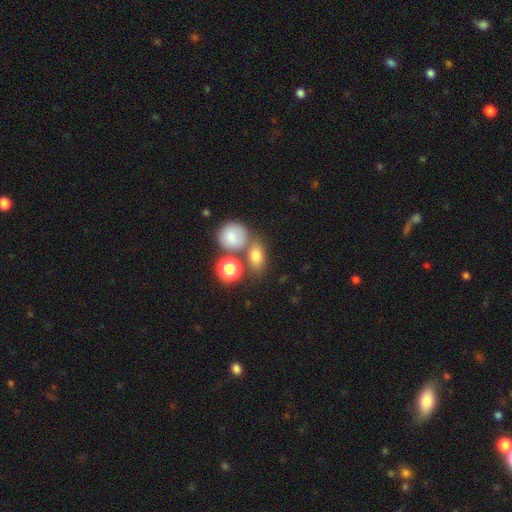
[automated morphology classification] Overall: smooth (77%). How rounded: in between (61%; round 36%). Merging: none (55%; merger 27%).